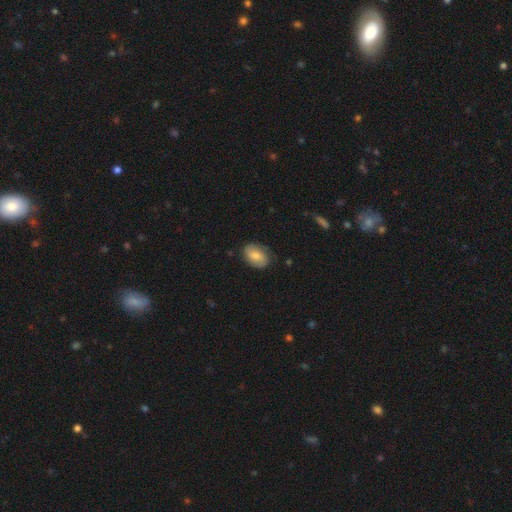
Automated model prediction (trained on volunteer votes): Smooth or featured: smooth — 62% (featured or disk — 31%)
How rounded: in between — 78% (round — 21%)
Merging: none — 77% (minor disturbance — 18%)